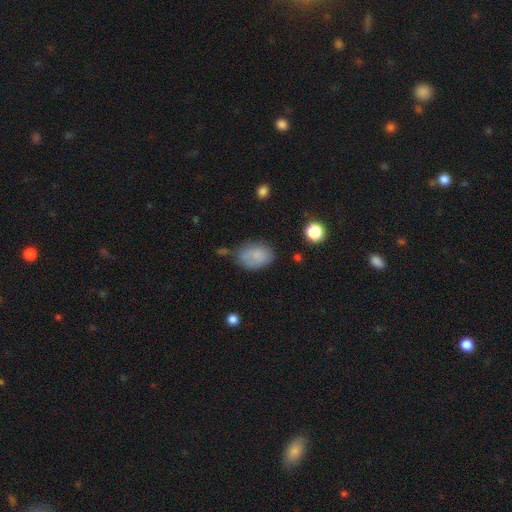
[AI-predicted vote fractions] Smooth or featured? smooth (76%)
How rounded? in between (82%)
Merging? none (55%)